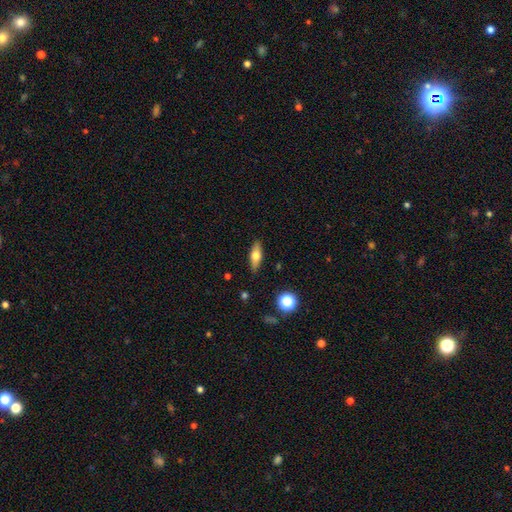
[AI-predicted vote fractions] smooth-or-featured: smooth: 54% | featured or disk: 38% | star or artifact: 8%
  how-rounded: in between: 58% | cigar-shaped: 38% | round: 4%
  merging: none: 87% | minor disturbance: 9% | major disturbance: 2% | merger: 1%